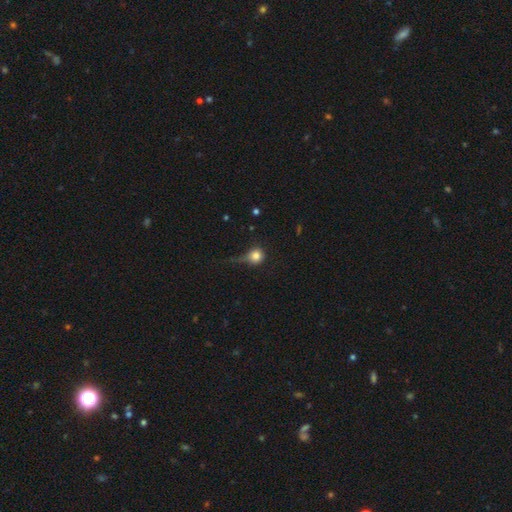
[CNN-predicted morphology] This is likely a smooth galaxy (79%). How rounded: clearly round (88%). Merging: marginally none (39%).